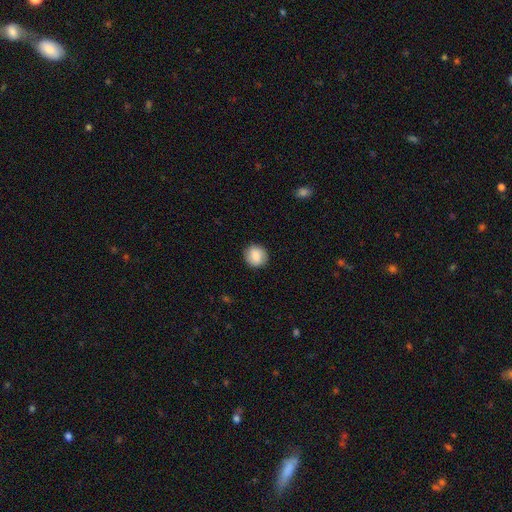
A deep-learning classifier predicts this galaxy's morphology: smooth 82%, featured or disk 10%, star or artifact 8%. Down the decision tree: how rounded — round (87%); merging — none (88%).